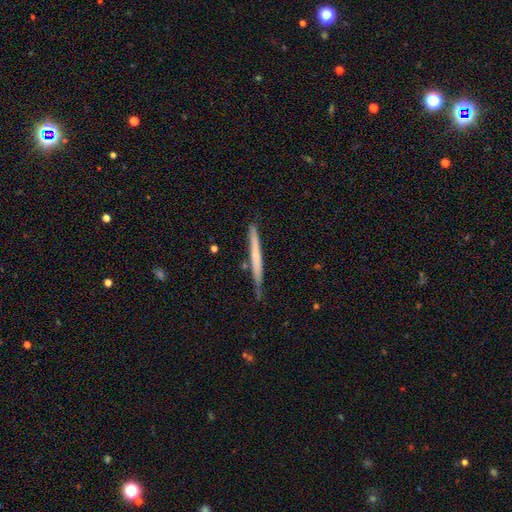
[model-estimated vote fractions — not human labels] This appears to be a featured or disk galaxy (50%). Merging: none (79%).